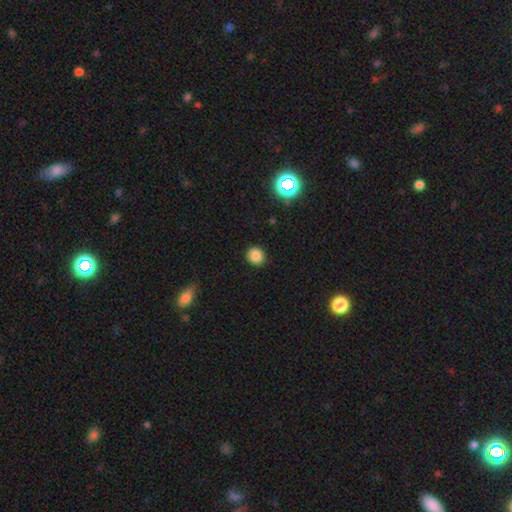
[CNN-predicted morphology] Smooth or featured? Predicted: smooth (p=0.84). How rounded? Predicted: round (p=0.83). Merging? Predicted: none (p=0.90).